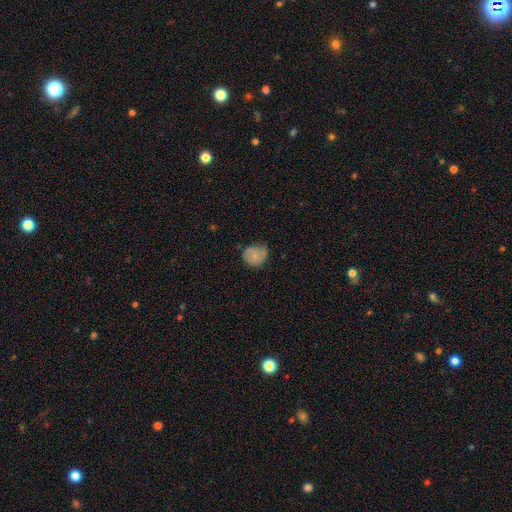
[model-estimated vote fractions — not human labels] This appears to be a smooth galaxy with no disk features (76%) that is round (79%). Merging: none (56%).